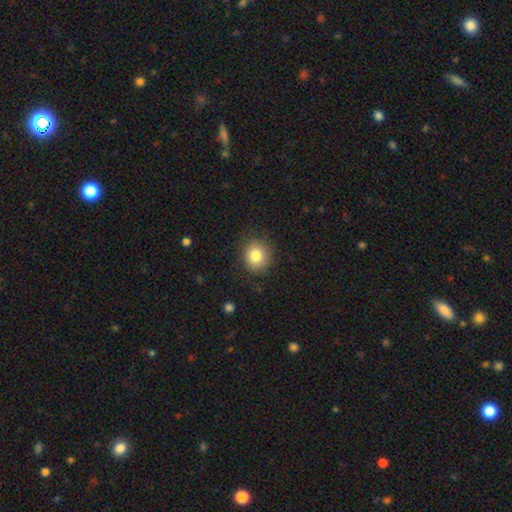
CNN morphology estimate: Smooth or featured? Predicted: smooth (p=0.81). How rounded? Predicted: round (p=0.78). Merging? Predicted: none (p=0.84).